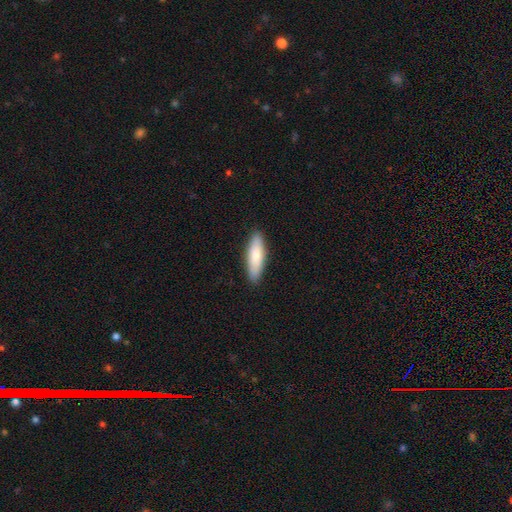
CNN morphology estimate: smooth_or_featured: smooth (p=0.81) [alt: featured or disk p=0.14]
how_rounded: cigar-shaped (p=0.58) [alt: in between p=0.40]
merging: none (p=0.89) [alt: minor disturbance p=0.09]